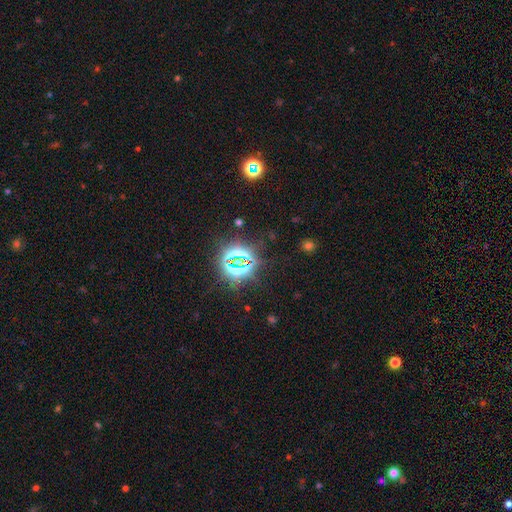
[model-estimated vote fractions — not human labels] A star or artifact, not a galaxy (80%).

Vote fractions:
- Smooth or featured? star or artifact: 80% / smooth: 13% / featured or disk: 7%